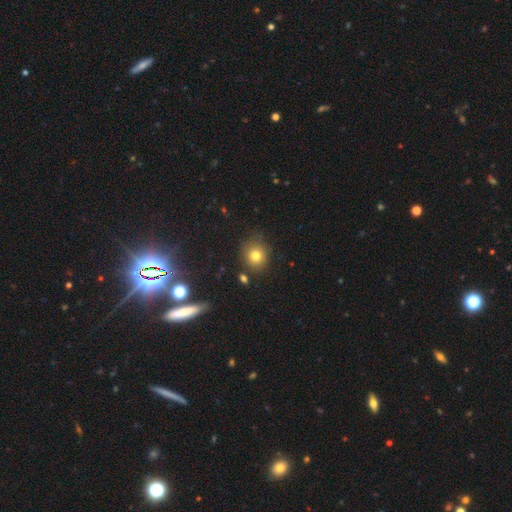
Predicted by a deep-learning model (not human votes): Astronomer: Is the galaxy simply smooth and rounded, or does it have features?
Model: smooth — 78%.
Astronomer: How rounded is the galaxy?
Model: round — 86%.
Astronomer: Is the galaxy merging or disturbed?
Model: none — 79%.